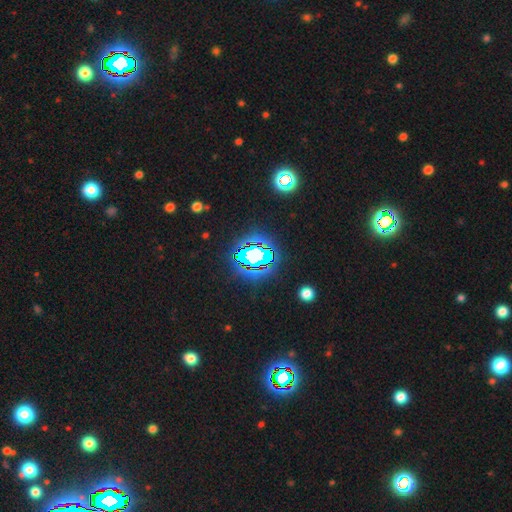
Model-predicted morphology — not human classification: star or artifact 72%, smooth 16%, featured or disk 12%.